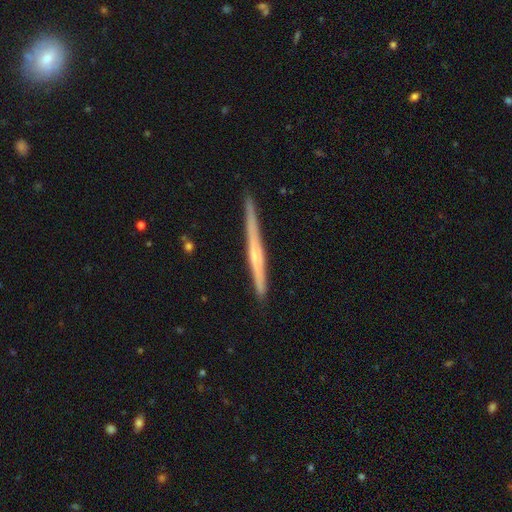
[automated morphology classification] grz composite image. It shows a featured or disk galaxy (64%) viewed edge-on (98%) with no central bulge (55%). Merging: none (88%).